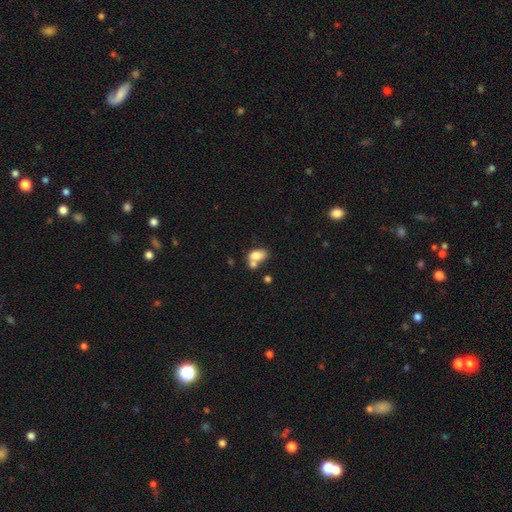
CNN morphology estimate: smooth_or_featured: smooth (p=0.77) [alt: featured or disk p=0.14]
how_rounded: in between (p=0.85) [alt: round p=0.13]
merging: merger (p=0.49) [alt: none p=0.32]